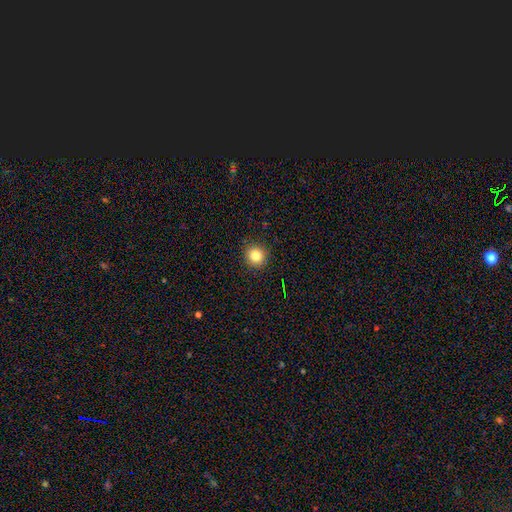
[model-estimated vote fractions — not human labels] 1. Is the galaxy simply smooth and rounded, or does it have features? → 84% smooth, 11% star or artifact, 5% featured or disk.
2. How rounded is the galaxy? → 90% round, 9% in between, 1% cigar-shaped.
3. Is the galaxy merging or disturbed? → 91% none, 6% minor disturbance, 2% major disturbance, 1% merger.